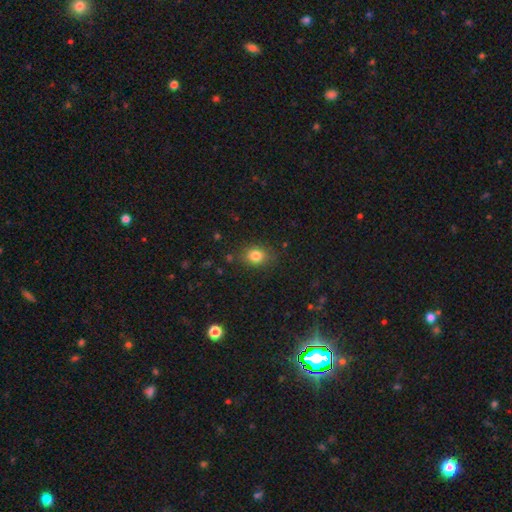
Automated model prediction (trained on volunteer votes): smooth-or-featured: smooth: 82% | star or artifact: 11% | featured or disk: 6%
  how-rounded: in between: 52% | round: 47% | cigar-shaped: 1%
  merging: none: 82% | minor disturbance: 13% | major disturbance: 3% | merger: 2%